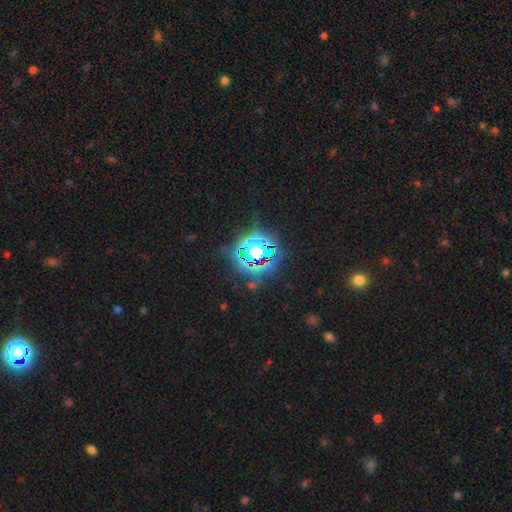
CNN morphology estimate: Q: Smooth or featured?
A: star or artifact (82%); runner-up: smooth (12%)